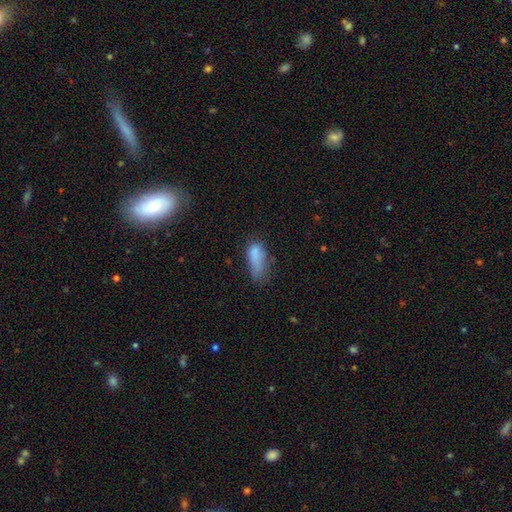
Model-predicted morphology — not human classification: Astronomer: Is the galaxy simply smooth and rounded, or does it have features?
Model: smooth — 75%.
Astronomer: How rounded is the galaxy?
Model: in between — 82%.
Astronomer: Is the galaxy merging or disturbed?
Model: major disturbance — 34% (runner-up: minor disturbance, 32%).